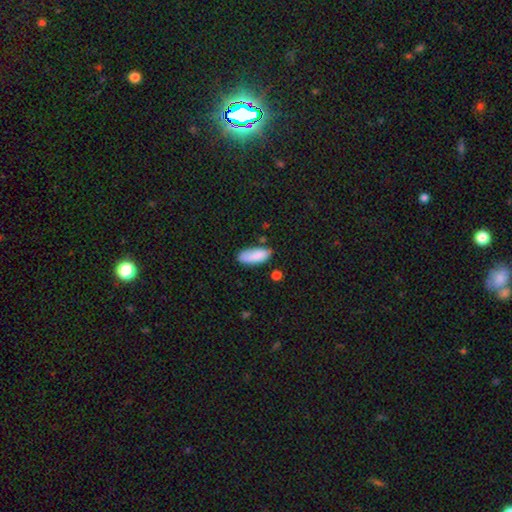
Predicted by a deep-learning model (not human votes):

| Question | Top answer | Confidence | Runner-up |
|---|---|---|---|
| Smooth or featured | smooth | 85% | featured or disk (8%) |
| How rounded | in between | 82% | cigar-shaped (16%) |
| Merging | none | 64% | minor disturbance (25%) |